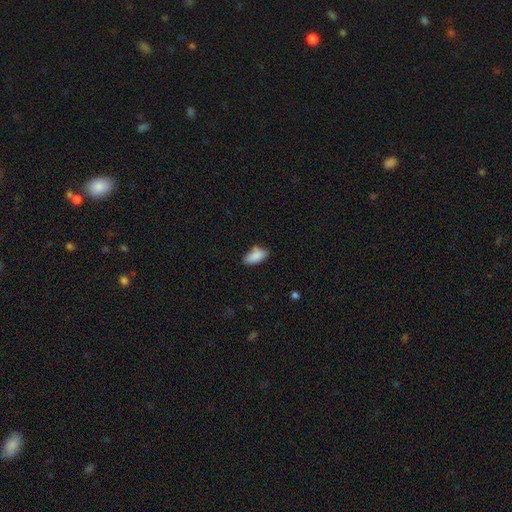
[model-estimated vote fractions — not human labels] Smooth or featured?
  - smooth: 86% *
  - star or artifact: 7%
  - featured or disk: 6%
How rounded?
  - in between: 91% *
  - cigar-shaped: 6%
  - round: 3%
Merging?
  - none: 63% *
  - minor disturbance: 27%
  - major disturbance: 5%
  - merger: 5%